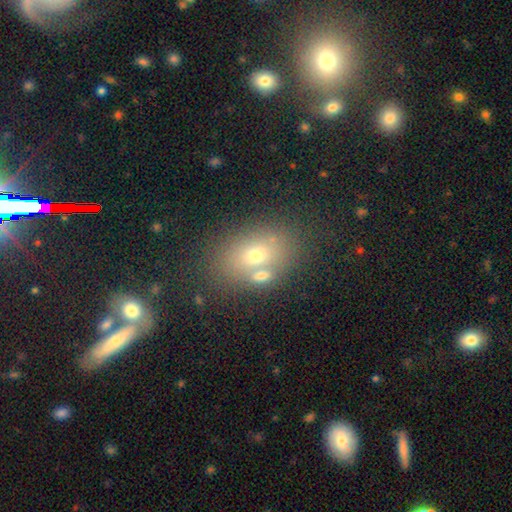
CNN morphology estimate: Smooth or featured? smooth (64%)
How rounded? in between (78%)
Merging? none (55%)